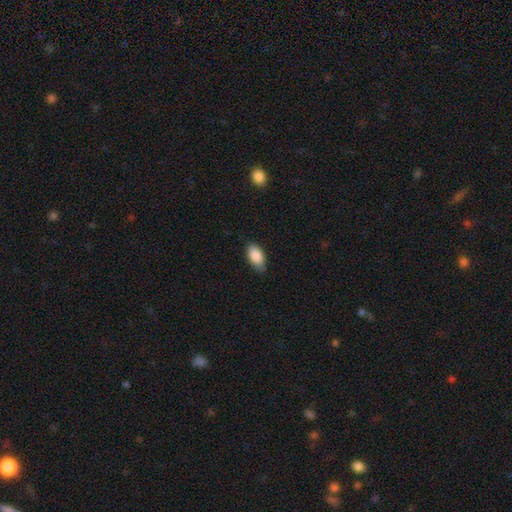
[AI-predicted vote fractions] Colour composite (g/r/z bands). It shows a smooth galaxy with no disk features (88%) that is in between round and cigar-shaped (94%). Merging: none (80%).